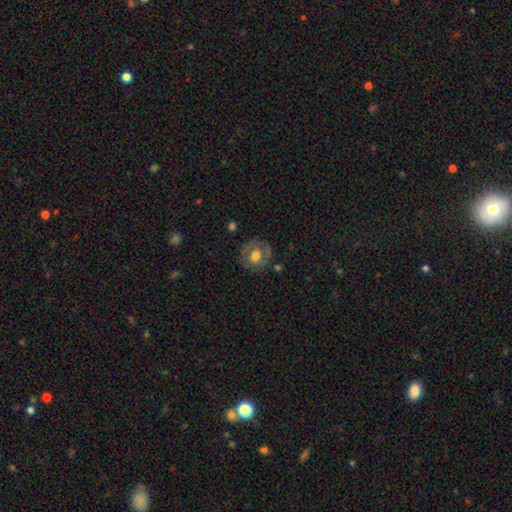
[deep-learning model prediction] smooth 50%, featured or disk 42%, star or artifact 8%. Down the decision tree: merging — none (75%).